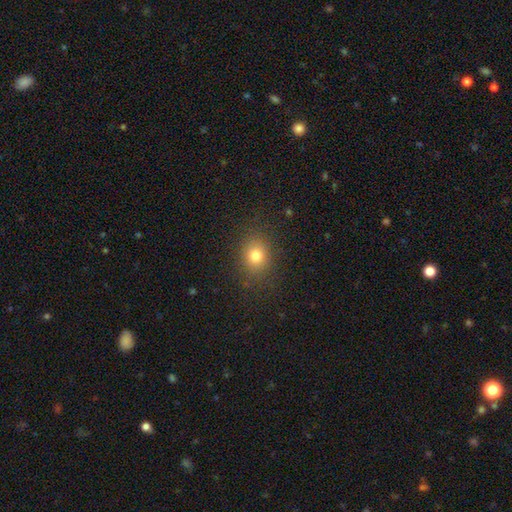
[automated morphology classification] Q: Smooth or featured?
A: smooth (78%); runner-up: star or artifact (14%)
Q: How rounded?
A: round (60%); runner-up: in between (39%)
Q: Merging?
A: none (86%); runner-up: minor disturbance (9%)